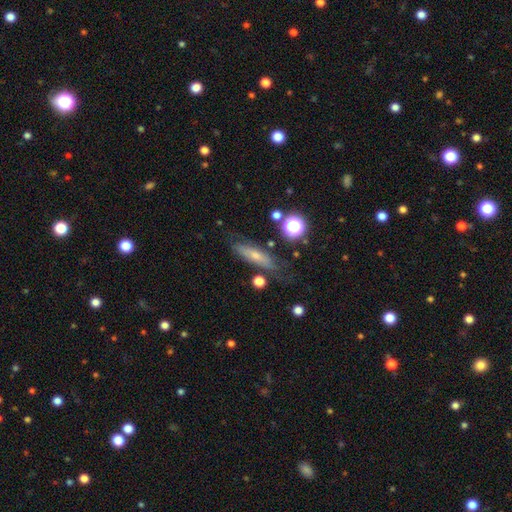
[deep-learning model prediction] This is possibly a smooth galaxy (52%). How rounded: likely cigar-shaped (64%). Merging: likely none (67%).